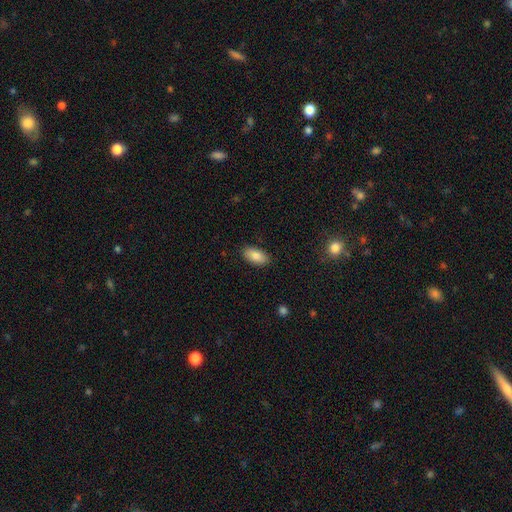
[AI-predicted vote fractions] Overall: smooth (86%). How rounded: in between (92%). Merging: none (87%).